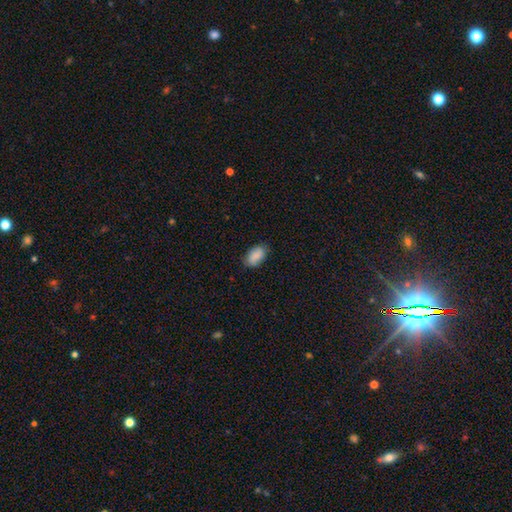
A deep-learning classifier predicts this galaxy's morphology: Overall: smooth (87%). How rounded: in between (92%). Merging: none (78%).